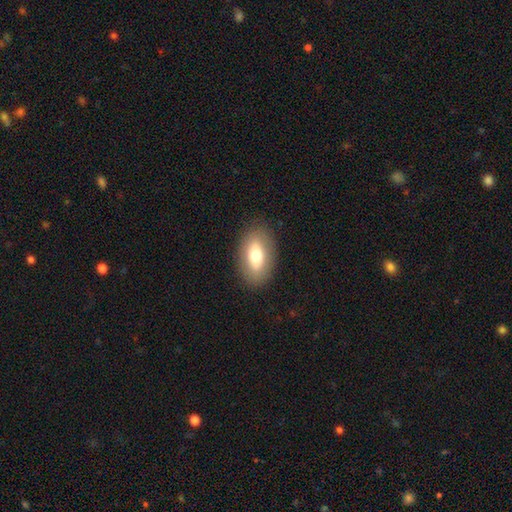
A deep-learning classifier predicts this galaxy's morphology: This appears to be a smooth galaxy with no disk features (70%) that is in between round and cigar-shaped (91%). Merging: none (86%).